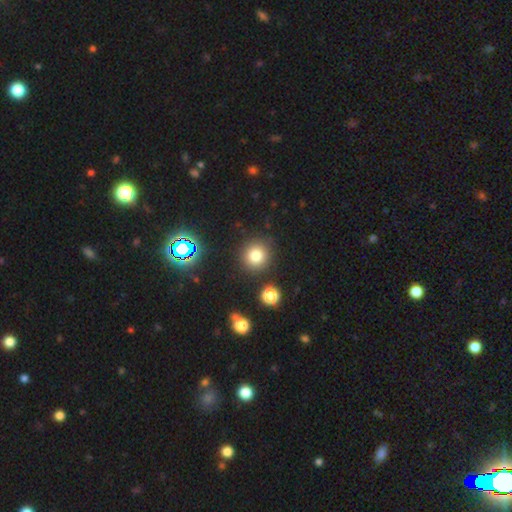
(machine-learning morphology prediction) Smooth or featured?
  - smooth: 77% *
  - star or artifact: 16%
  - featured or disk: 7%
How rounded?
  - round: 92% *
  - in between: 7%
  - cigar-shaped: 1%
Merging?
  - none: 87% *
  - minor disturbance: 7%
  - merger: 3%
  - major disturbance: 3%